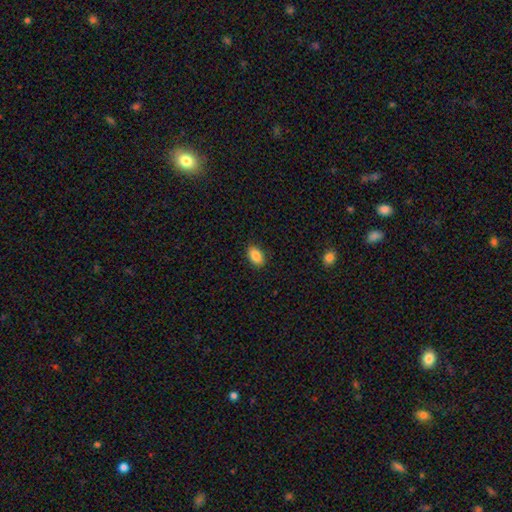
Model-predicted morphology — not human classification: Q: Smooth or featured?
A: smooth (87%); runner-up: star or artifact (8%)
Q: How rounded?
A: in between (89%); runner-up: round (9%)
Q: Merging?
A: none (88%); runner-up: minor disturbance (9%)